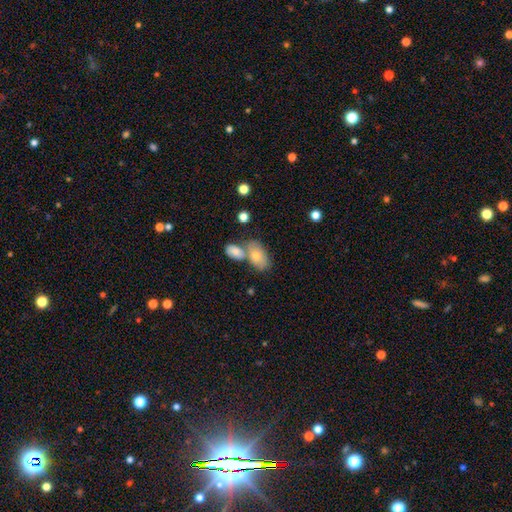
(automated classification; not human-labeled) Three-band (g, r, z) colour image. It shows a smooth galaxy with no disk features (57%) that is in between round and cigar-shaped (82%). Merging: none (50%).